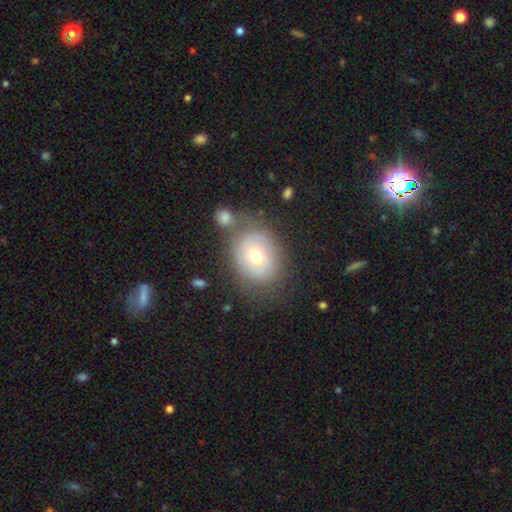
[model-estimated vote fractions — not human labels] Morphology: type=smooth (52%); roundness=round (59%); merging=none (59%).